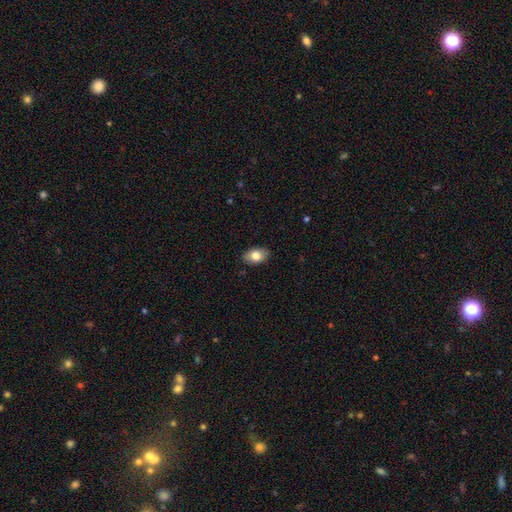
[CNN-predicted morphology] Smooth or featured? smooth (79%)
How rounded? in between (90%)
Merging? none (87%)